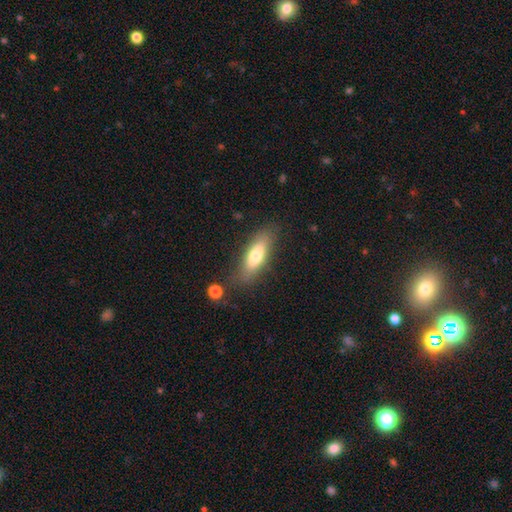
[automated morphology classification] type=smooth (67%); roundness=in between (58%); merging=none (78%).